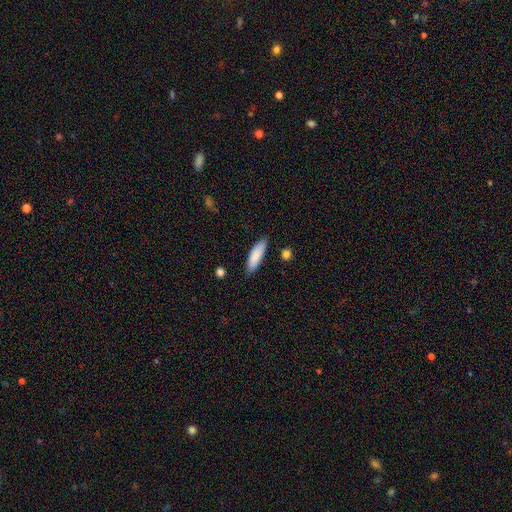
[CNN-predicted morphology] Q: Smooth or featured?
A: smooth (85%); runner-up: featured or disk (9%)
Q: How rounded?
A: in between (50%); runner-up: cigar-shaped (49%)
Q: Merging?
A: none (83%); runner-up: minor disturbance (13%)